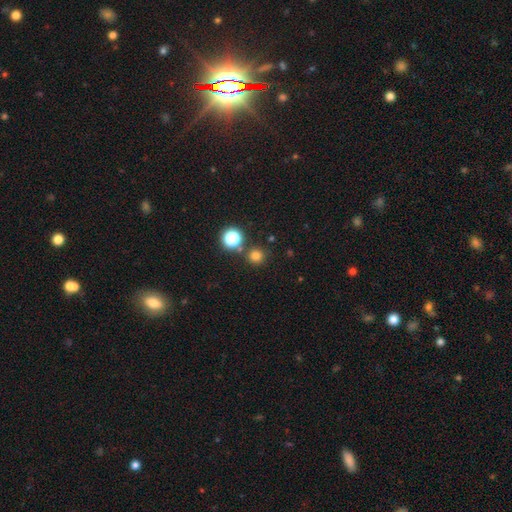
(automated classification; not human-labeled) Morphology: type=smooth (75%); roundness=round (94%); merging=none (83%).